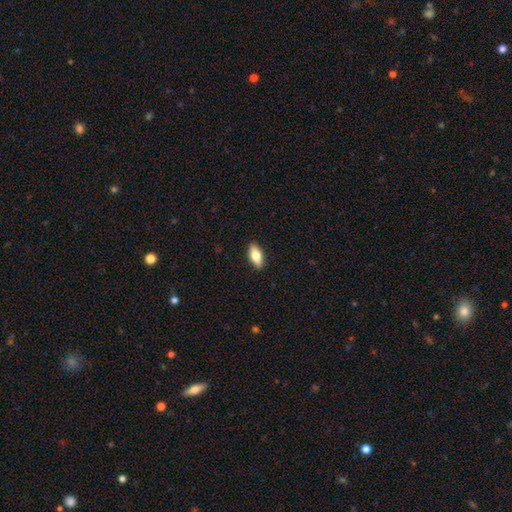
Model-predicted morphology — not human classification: Overall: smooth (73%). How rounded: in between (82%). Merging: none (89%).